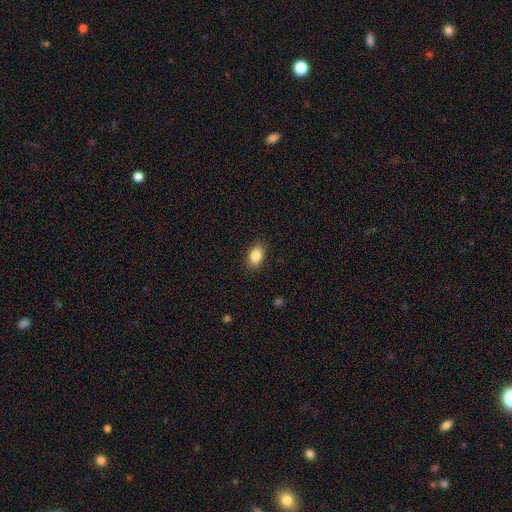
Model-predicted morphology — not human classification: smooth 86%, star or artifact 8%, featured or disk 6%. Down the decision tree: how rounded — in between (86%); merging — none (88%).